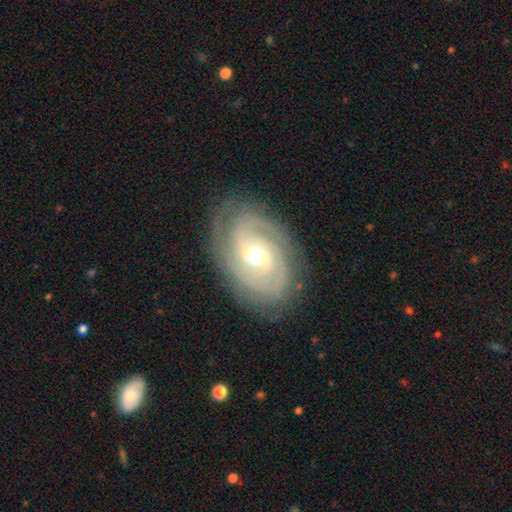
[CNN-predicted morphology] A featured or disk galaxy (87%) with no bar (49%), 3 (30%) tight (70%) spiral arms (96%) and a moderate central bulge (61%).

Vote fractions:
- Smooth or featured? featured or disk: 87% / smooth: 8% / star or artifact: 5%
- Edge-on disk? no: 96% / yes: 4%
- Bar? no: 49% / weak: 38% / strong: 13%
- Spiral arms? yes: 96% / no: 4%
- Spiral winding? tight: 70% / medium: 25% / loose: 5%
- Spiral arm count? 3: 30% / 2: 29% / can't tell: 23% / 4: 9% / more than 4: 5% / 1: 5%
- Bulge size? moderate: 61% / small: 34% / large: 3% / dominant: 1% / none: 1%
- Merging? none: 81% / minor disturbance: 14% / major disturbance: 4% / merger: 1%